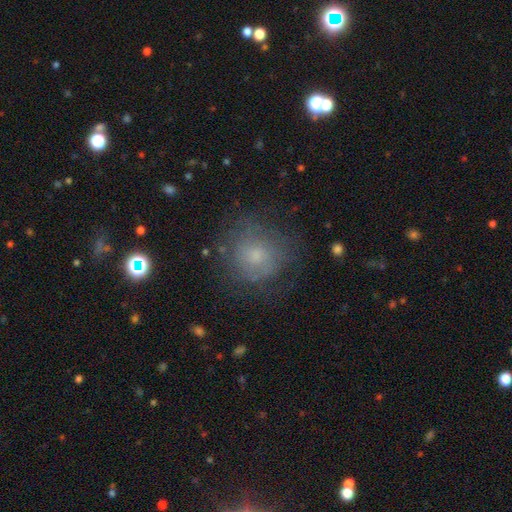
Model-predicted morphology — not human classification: Overall: smooth (59%; featured or disk 26%). How rounded: round (87%). Merging: none (65%).